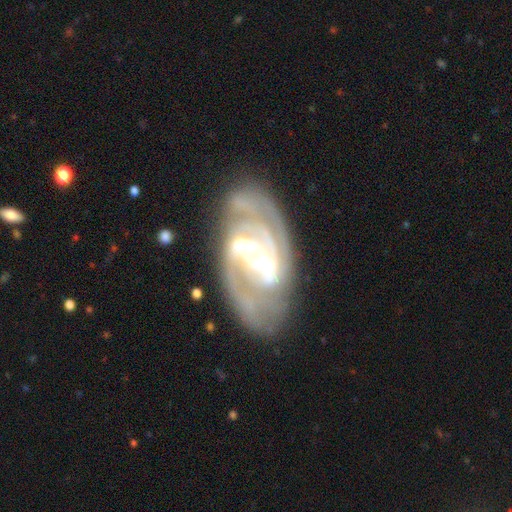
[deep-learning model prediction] Smooth or featured: featured or disk — 90% (smooth — 5%)
Edge-on disk: no — 96% (yes — 4%)
Bar: strong — 63% (weak — 28%)
Spiral arms: yes — 96% (no — 4%)
Spiral winding: medium — 46% (tight — 42%)
Spiral arm count: 2 — 63% (3 — 15%)
Bulge size: moderate — 46% (small — 42%)
Merging: none — 71% (minor disturbance — 17%)